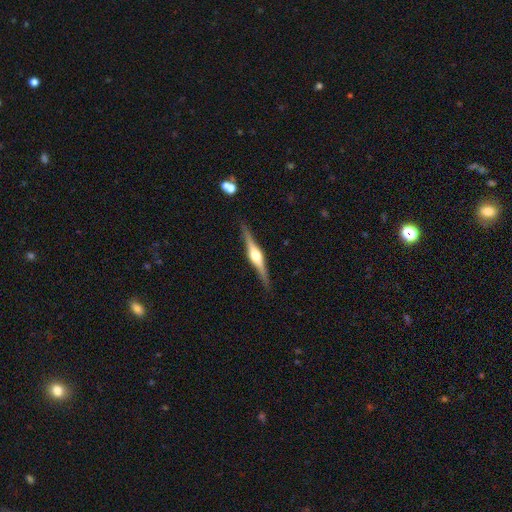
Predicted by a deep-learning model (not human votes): A featured or disk galaxy (81%) viewed edge-on (98%) with a rounded central bulge (92%). Merging: none (89%).